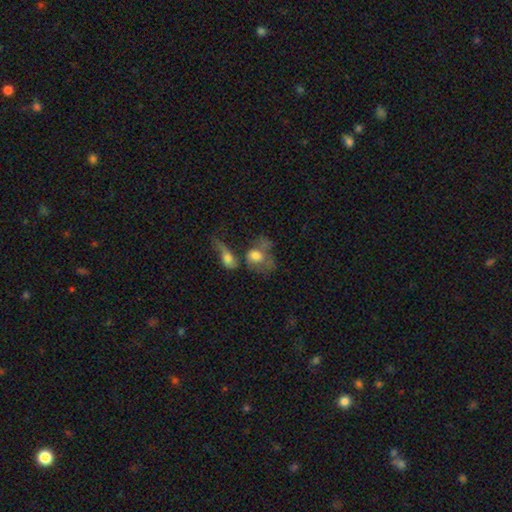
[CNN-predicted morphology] Smooth or featured? Predicted: smooth (p=0.63). How rounded? Predicted: in between (p=0.62). Merging? Predicted: merger (p=0.48).